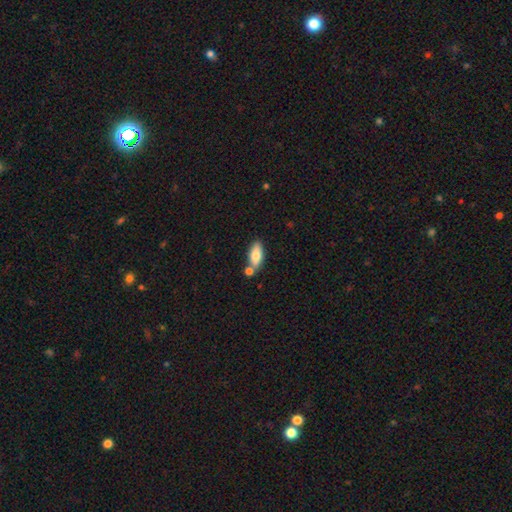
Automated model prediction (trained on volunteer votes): smooth_or_featured: smooth (p=0.75) [alt: featured or disk p=0.18]
how_rounded: in between (p=0.80) [alt: cigar-shaped p=0.17]
merging: none (p=0.63) [alt: merger p=0.21]